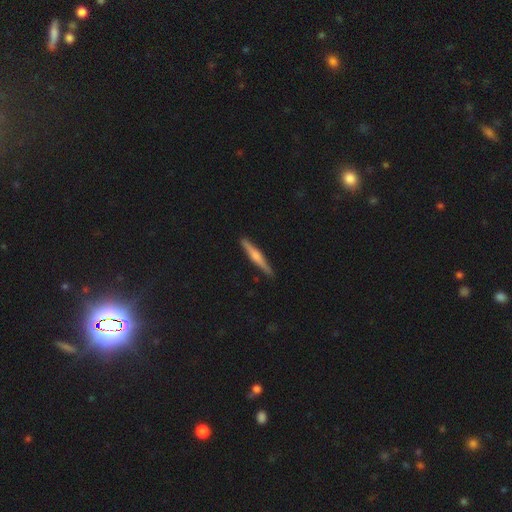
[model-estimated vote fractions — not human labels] This appears to be a featured or disk galaxy (58%) viewed edge-on (98%) with a rounded central bulge (76%). Merging: none (90%).